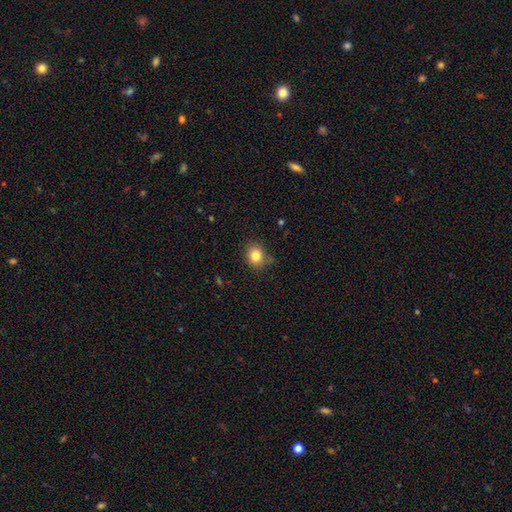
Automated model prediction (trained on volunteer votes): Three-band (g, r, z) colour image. It shows a smooth galaxy with no disk features (82%) that is round (70%). Merging: none (79%).